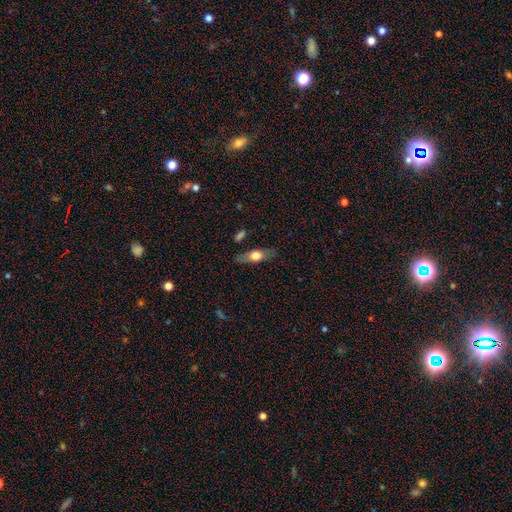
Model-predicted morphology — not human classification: Overall: smooth (55%; featured or disk 38%). How rounded: in between (56%; cigar-shaped 38%). Merging: none (79%).